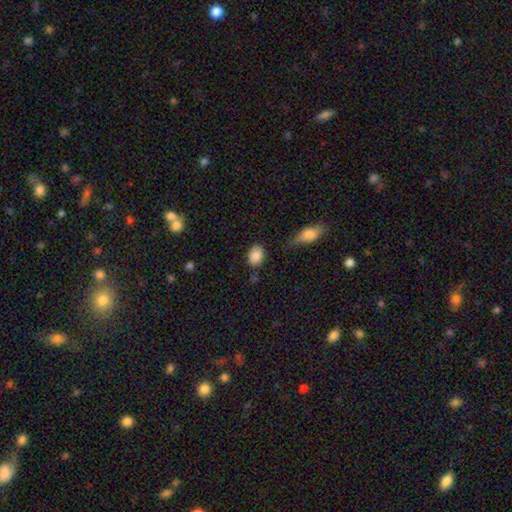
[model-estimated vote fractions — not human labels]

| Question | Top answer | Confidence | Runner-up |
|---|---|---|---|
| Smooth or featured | smooth | 87% | star or artifact (8%) |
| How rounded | in between | 67% | round (32%) |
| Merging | none | 79% | minor disturbance (14%) |